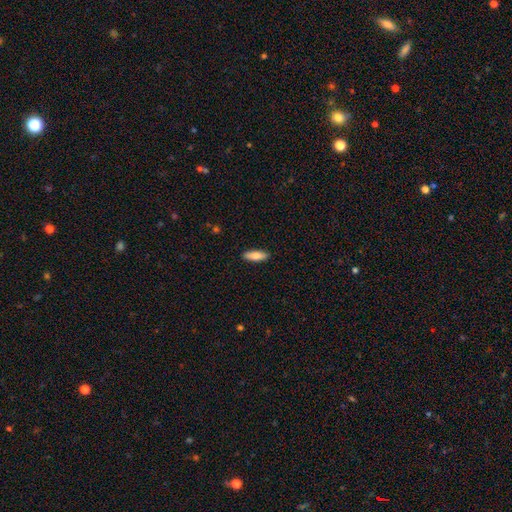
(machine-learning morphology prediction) A smooth galaxy with no disk features (80%) that is in between round and cigar-shaped (58%).

Vote fractions:
- Smooth or featured? smooth: 80% / featured or disk: 14% / star or artifact: 6%
- How rounded? in between: 58% / cigar-shaped: 40% / round: 2%
- Merging? none: 89% / minor disturbance: 8% / major disturbance: 2% / merger: 1%